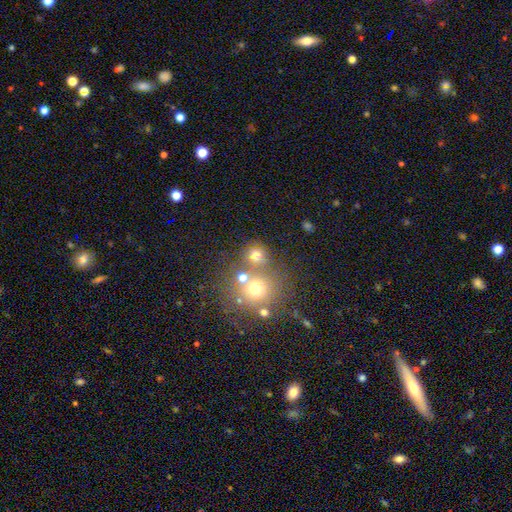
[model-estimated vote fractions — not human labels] smooth_or_featured: smooth (p=0.67) [alt: star or artifact p=0.20]
how_rounded: round (p=0.85) [alt: in between p=0.14]
merging: none (p=0.58) [alt: merger p=0.28]